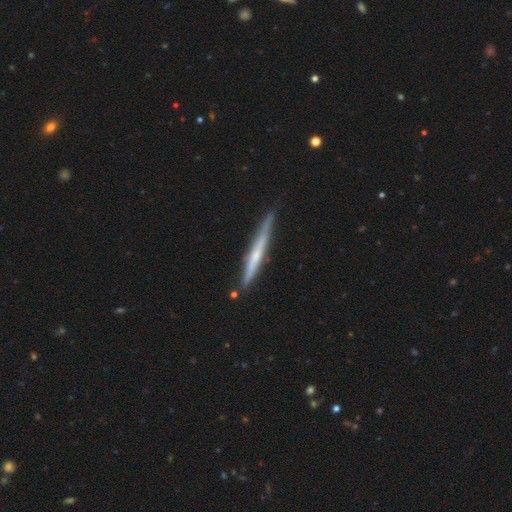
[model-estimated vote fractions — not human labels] Q: Smooth or featured?
A: featured or disk (62%); runner-up: smooth (33%)
Q: Edge-on disk?
A: yes (96%); runner-up: no (4%)
Q: Edge-on bulge?
A: rounded (48%); runner-up: none (46%)
Q: Merging?
A: none (84%); runner-up: minor disturbance (12%)